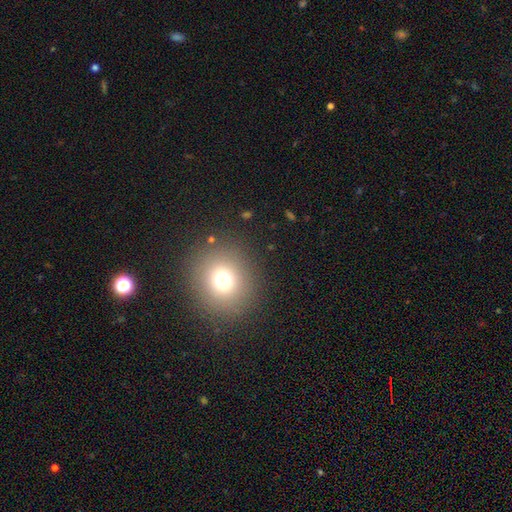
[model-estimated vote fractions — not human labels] A smooth galaxy with no disk features (72%) that is round (85%).

Vote fractions:
- Smooth or featured? smooth: 72% / star or artifact: 19% / featured or disk: 10%
- How rounded? round: 85% / in between: 14% / cigar-shaped: 1%
- Merging? none: 90% / minor disturbance: 6% / major disturbance: 3% / merger: 2%